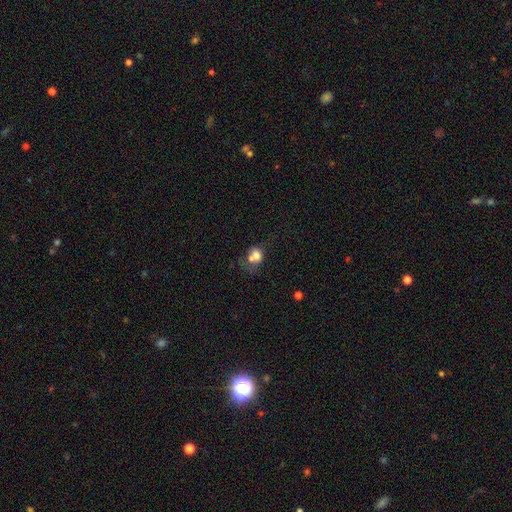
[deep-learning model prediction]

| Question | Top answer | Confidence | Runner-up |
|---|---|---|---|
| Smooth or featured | smooth | 68% | featured or disk (21%) |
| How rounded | round | 55% | in between (44%) |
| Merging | merger | 56% | none (23%) |